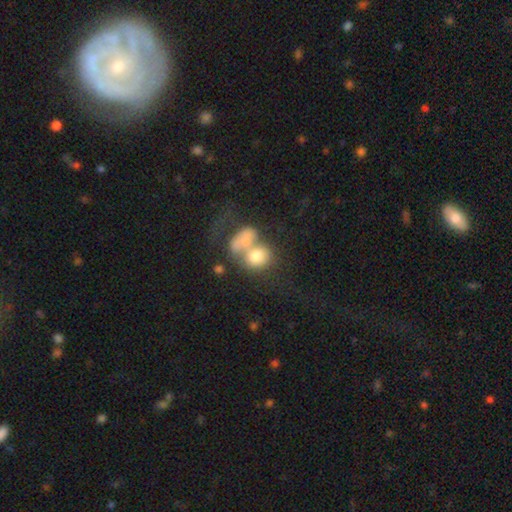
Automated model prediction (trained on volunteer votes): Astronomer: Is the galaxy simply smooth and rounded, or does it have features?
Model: smooth — 67%.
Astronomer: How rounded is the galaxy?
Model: round — 51% (runner-up: in between, 48%).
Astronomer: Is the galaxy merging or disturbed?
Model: merger — 64%.